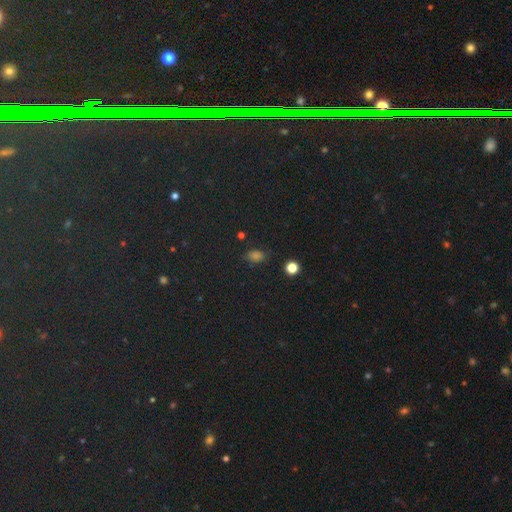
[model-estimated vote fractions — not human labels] Smooth or featured?
  - smooth: 68% *
  - star or artifact: 27%
  - featured or disk: 5%
How rounded?
  - in between: 69% *
  - round: 29%
  - cigar-shaped: 2%
Merging?
  - none: 79% *
  - minor disturbance: 14%
  - major disturbance: 4%
  - merger: 3%